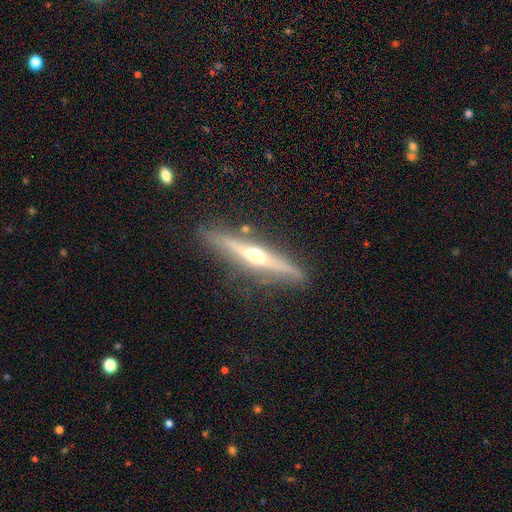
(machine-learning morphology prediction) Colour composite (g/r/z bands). It shows a featured or disk galaxy (74%) viewed edge-on (96%) with a rounded central bulge (91%). Merging: none (83%).